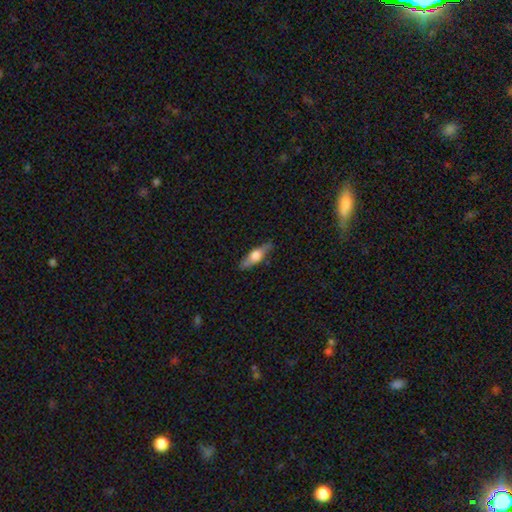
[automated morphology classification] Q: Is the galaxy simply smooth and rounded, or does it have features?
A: featured or disk — 54%.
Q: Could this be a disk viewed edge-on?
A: yes — 93%.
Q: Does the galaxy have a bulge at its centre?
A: rounded — 92%.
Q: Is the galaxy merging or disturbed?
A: none — 86%.